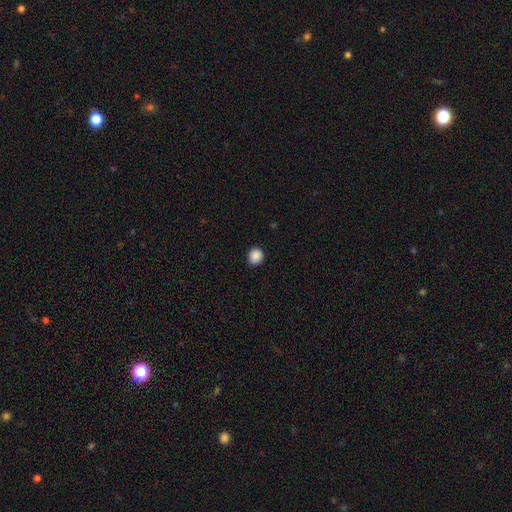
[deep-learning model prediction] smooth_or_featured: smooth (p=0.88) [alt: star or artifact p=0.09]
how_rounded: round (p=0.82) [alt: in between p=0.17]
merging: none (p=0.91) [alt: minor disturbance p=0.06]